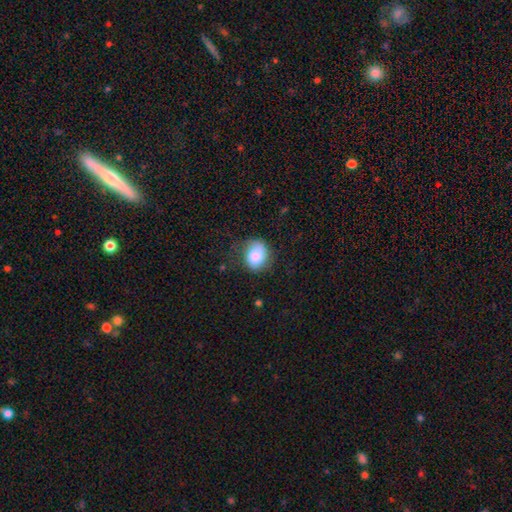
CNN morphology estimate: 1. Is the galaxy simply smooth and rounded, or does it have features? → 79% smooth, 13% featured or disk, 8% star or artifact.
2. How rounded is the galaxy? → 50% round, 49% in between, 1% cigar-shaped.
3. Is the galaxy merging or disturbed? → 66% none, 23% minor disturbance, 9% major disturbance, 1% merger.